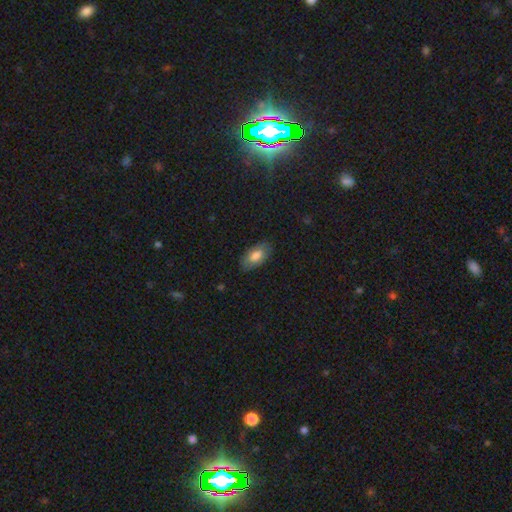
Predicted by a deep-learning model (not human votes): Q: Smooth or featured?
A: smooth (77%); runner-up: featured or disk (16%)
Q: How rounded?
A: in between (93%); runner-up: cigar-shaped (4%)
Q: Merging?
A: none (82%); runner-up: minor disturbance (14%)